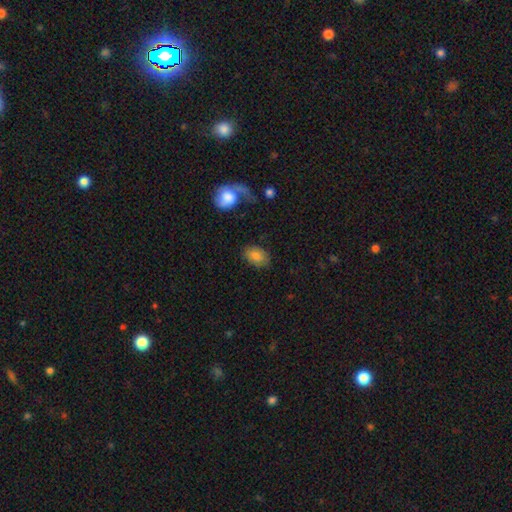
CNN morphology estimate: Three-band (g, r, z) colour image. It shows a smooth galaxy with no disk features (81%) that is in between round and cigar-shaped (83%). Merging: none (77%).